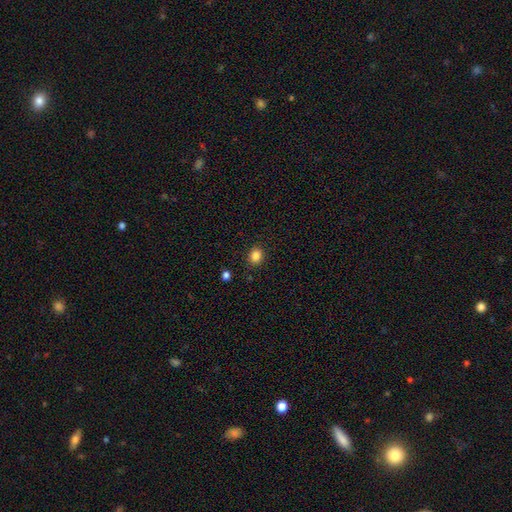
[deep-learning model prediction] Smooth or featured? smooth (85%)
How rounded? round (62%)
Merging? none (89%)